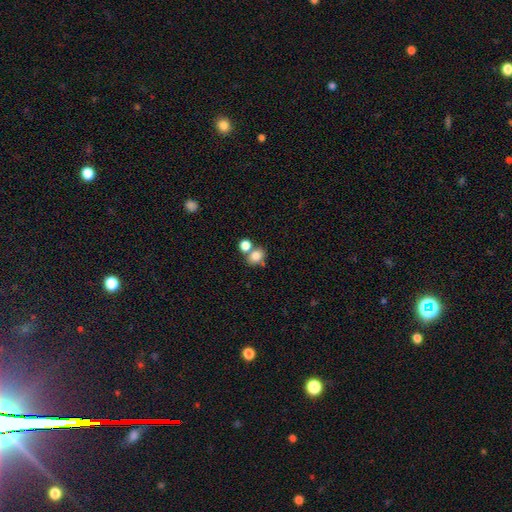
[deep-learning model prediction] Morphology: type=smooth (79%); roundness=round (58%); merging=none (52%).